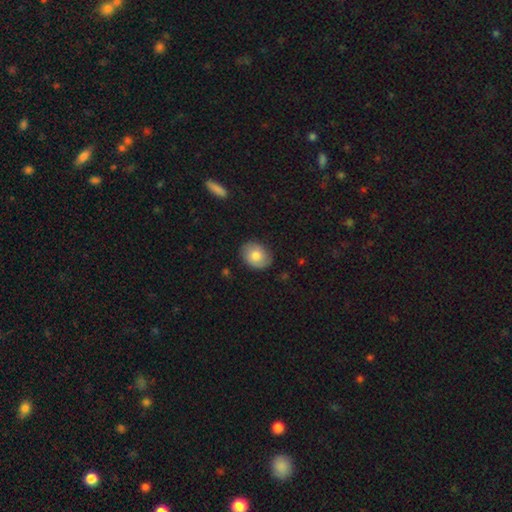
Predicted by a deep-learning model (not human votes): Smooth or featured? smooth (65%)
How rounded? in between (55%)
Merging? none (82%)